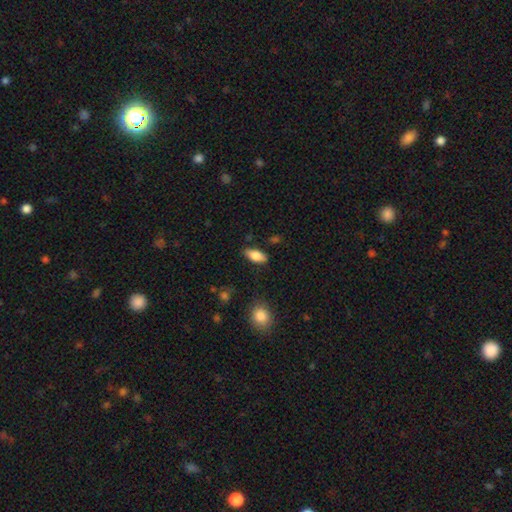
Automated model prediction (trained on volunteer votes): Overall: smooth (80%). How rounded: in between (86%). Merging: none (84%).